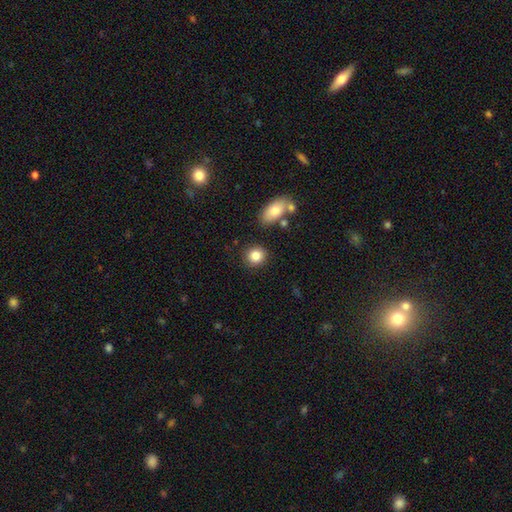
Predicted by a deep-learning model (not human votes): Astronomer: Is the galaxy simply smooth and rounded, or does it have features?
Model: smooth — 84%.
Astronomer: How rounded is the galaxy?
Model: round — 83%.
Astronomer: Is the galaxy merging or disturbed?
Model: none — 84%.